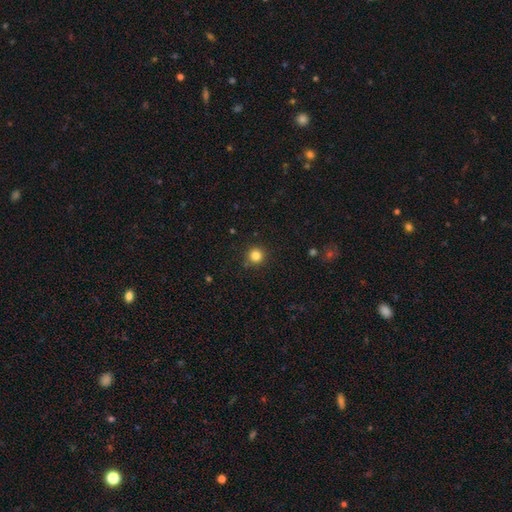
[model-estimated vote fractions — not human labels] This is clearly a smooth galaxy (83%). How rounded: clearly round (94%). Merging: clearly none (87%).